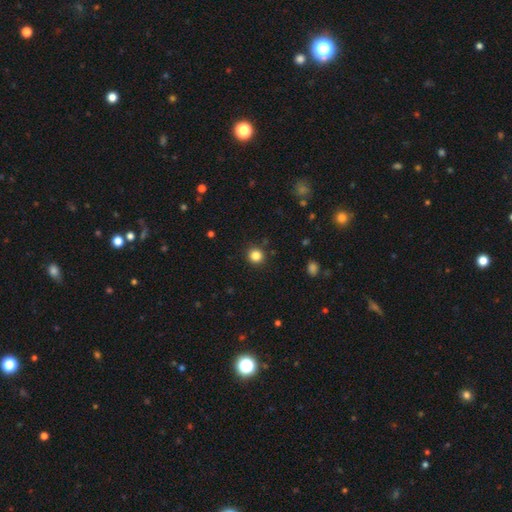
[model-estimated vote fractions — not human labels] Overall: smooth (84%). How rounded: round (92%). Merging: none (91%).